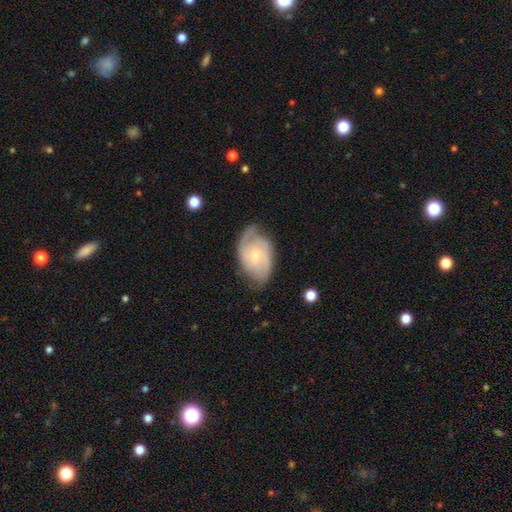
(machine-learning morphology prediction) featured or disk 76%, smooth 18%, star or artifact 6%. Down the decision tree: edge-on disk — no (97%); bar — no (59%); spiral arms — yes (94%); spiral arm count — 2 (62%); spiral winding — tight (44%); bulge size — small (67%); merging — none (67%).